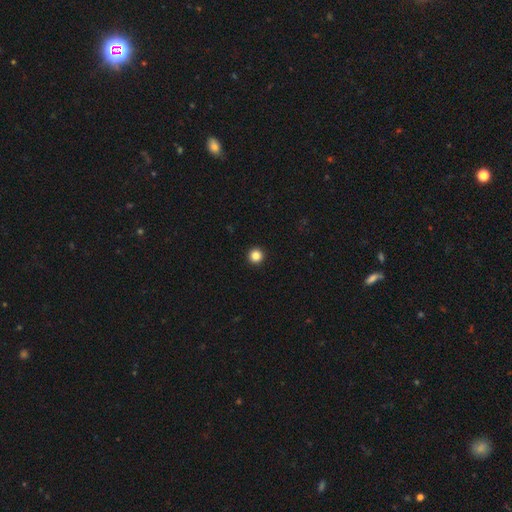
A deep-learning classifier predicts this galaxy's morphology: This appears to be a smooth galaxy with no disk features (85%) that is round (97%). Merging: none (94%).